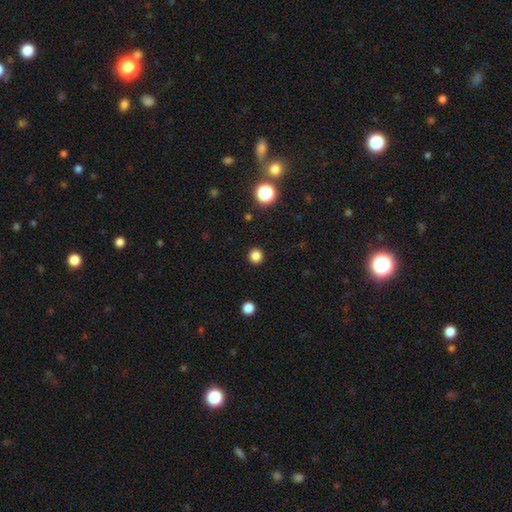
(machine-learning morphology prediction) smooth 84%, star or artifact 13%, featured or disk 3%. Down the decision tree: how rounded — round (95%); merging — none (93%).